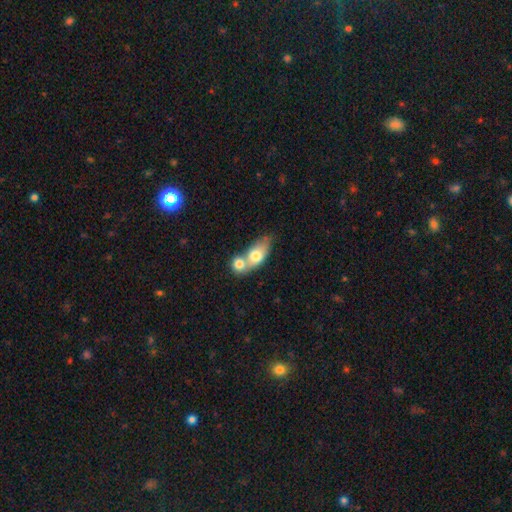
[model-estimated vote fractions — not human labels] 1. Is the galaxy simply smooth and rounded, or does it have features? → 70% smooth, 23% featured or disk, 6% star or artifact.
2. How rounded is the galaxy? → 74% in between, 18% round, 8% cigar-shaped.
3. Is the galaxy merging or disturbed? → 69% merger, 20% none, 7% minor disturbance, 4% major disturbance.